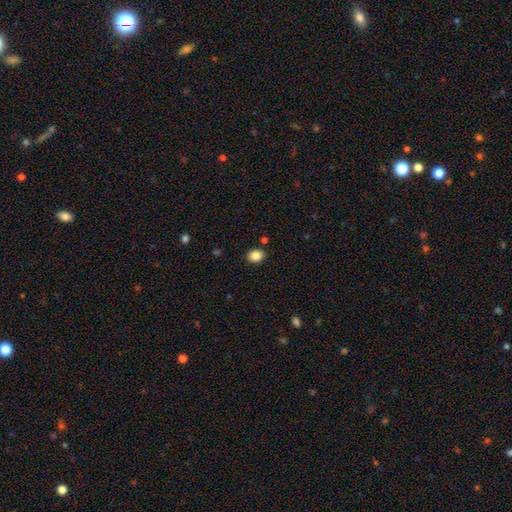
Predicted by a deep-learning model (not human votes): smooth_or_featured: smooth (p=0.86) [alt: star or artifact p=0.10]
how_rounded: in between (p=0.54) [alt: round p=0.45]
merging: none (p=0.87) [alt: minor disturbance p=0.08]